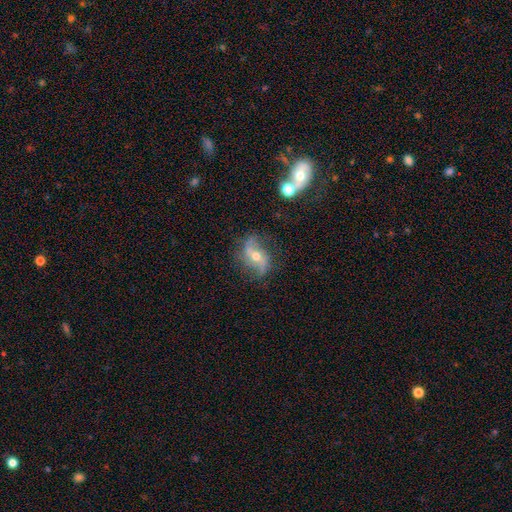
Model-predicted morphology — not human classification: featured or disk 80%, smooth 11%, star or artifact 9%. Down the decision tree: edge-on disk — no (95%); bar — no (42%); spiral arms — yes (93%); spiral arm count — 2 (90%); spiral winding — loose (73%); bulge size — moderate (63%); merging — none (71%).